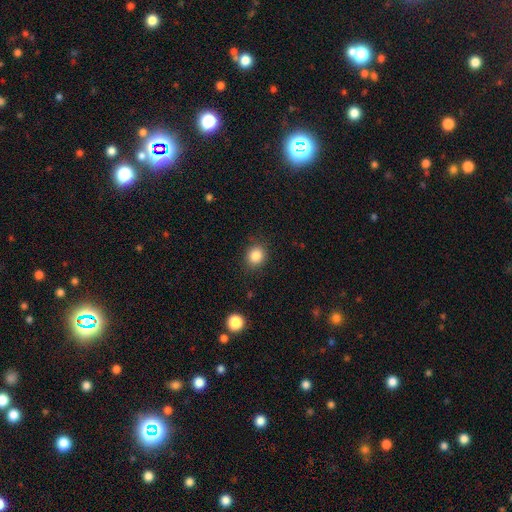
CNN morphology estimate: smooth 85%, star or artifact 10%, featured or disk 5%. Down the decision tree: how rounded — round (72%); merging — none (86%).